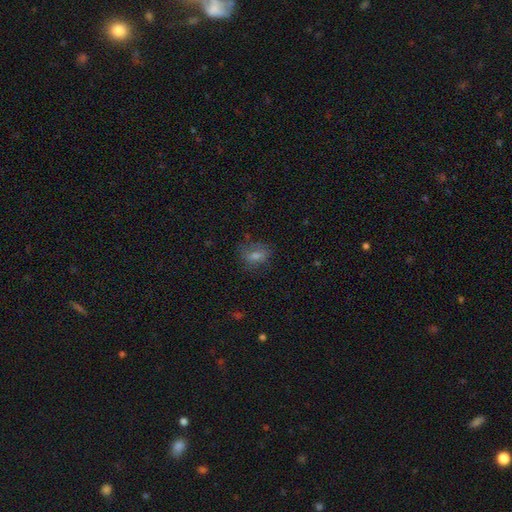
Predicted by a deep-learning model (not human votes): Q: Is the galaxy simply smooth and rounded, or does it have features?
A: smooth — 60%.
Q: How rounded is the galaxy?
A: in between — 61%.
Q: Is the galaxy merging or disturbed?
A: none — 68%.